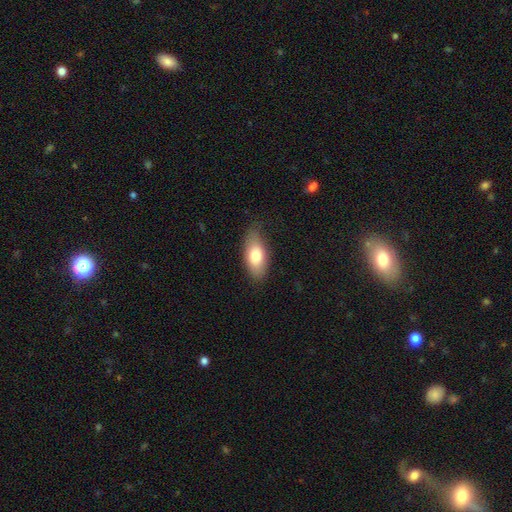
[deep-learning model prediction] A smooth galaxy with no disk features (77%) that is in between round and cigar-shaped (87%).

Vote fractions:
- Smooth or featured? smooth: 77% / featured or disk: 16% / star or artifact: 7%
- How rounded? in between: 87% / cigar-shaped: 10% / round: 3%
- Merging? none: 76% / minor disturbance: 19% / major disturbance: 4% / merger: 1%